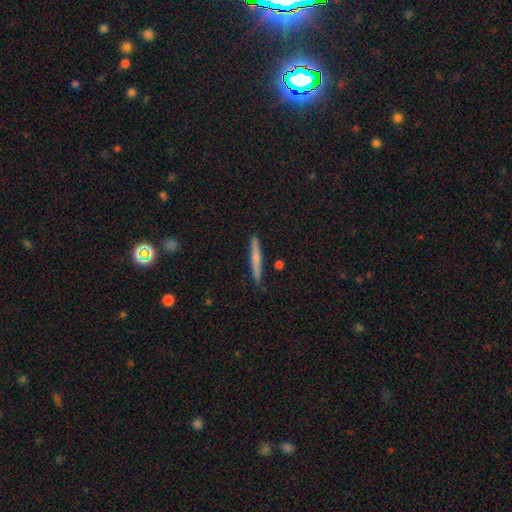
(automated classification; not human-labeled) Smooth or featured: smooth — 49% (featured or disk — 44%)
Merging: none — 89% (minor disturbance — 8%)